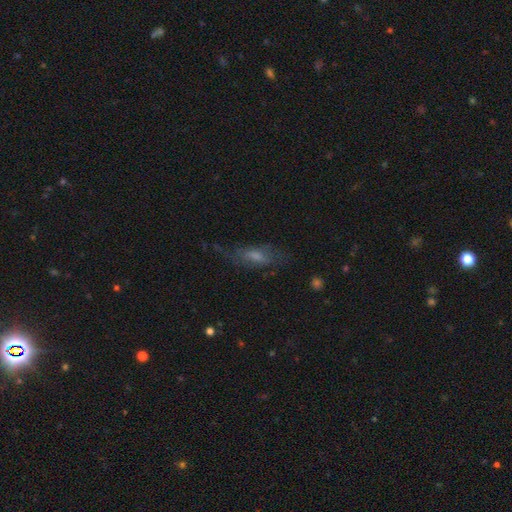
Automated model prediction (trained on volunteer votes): smooth_or_featured: featured or disk (p=0.46) [alt: smooth p=0.38]
merging: none (p=0.61) [alt: minor disturbance p=0.21]